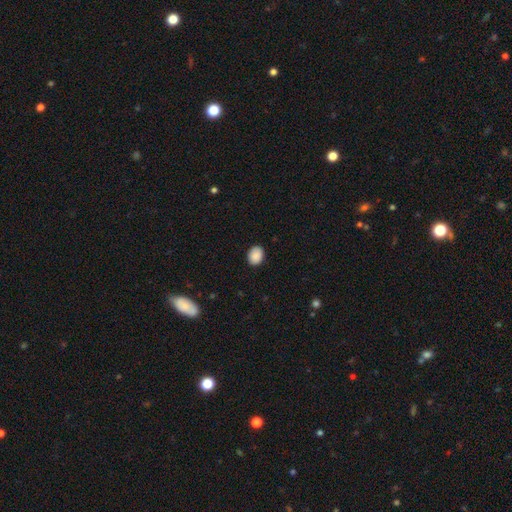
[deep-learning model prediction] smooth-or-featured: smooth: 89% | star or artifact: 8% | featured or disk: 3%
  how-rounded: in between: 59% | round: 40% | cigar-shaped: 1%
  merging: none: 87% | minor disturbance: 10% | major disturbance: 2% | merger: 1%